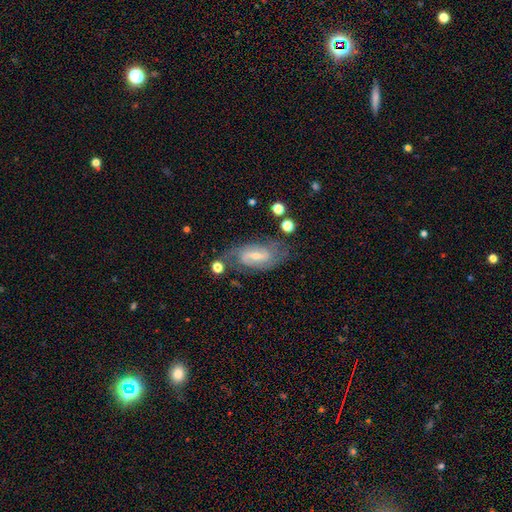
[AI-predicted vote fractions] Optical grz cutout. It shows a featured or disk galaxy (79%) with a weak bar (49%), 2 (68%) medium (45%) spiral arms (92%) and a small central bulge (60%). Merging: none (67%).